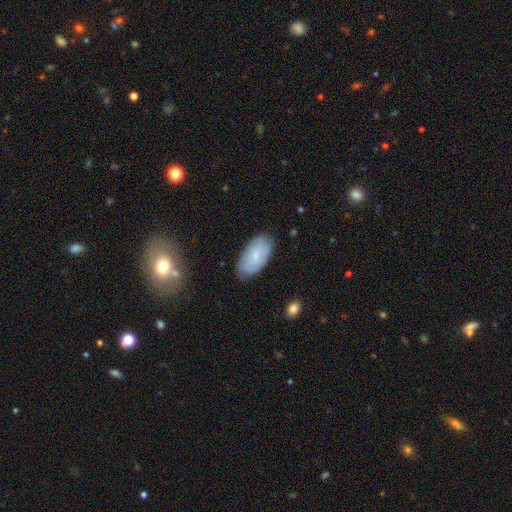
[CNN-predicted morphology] Q: Smooth or featured?
A: smooth (63%); runner-up: featured or disk (29%)
Q: How rounded?
A: in between (95%); runner-up: round (3%)
Q: Merging?
A: none (78%); runner-up: minor disturbance (17%)